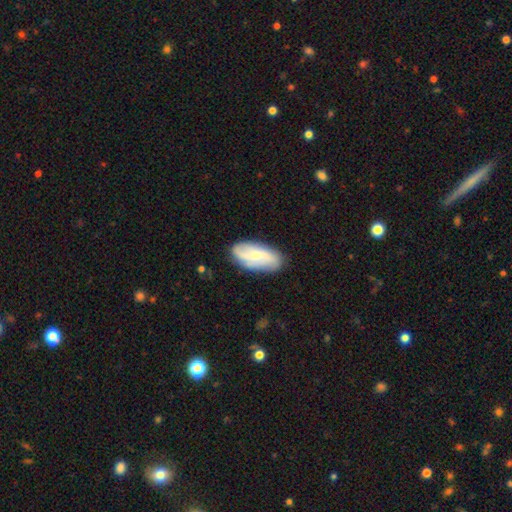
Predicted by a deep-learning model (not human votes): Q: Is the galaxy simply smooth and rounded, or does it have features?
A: featured or disk — 58%.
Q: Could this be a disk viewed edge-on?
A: no — 93%.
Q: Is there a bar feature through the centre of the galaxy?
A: weak — 43%.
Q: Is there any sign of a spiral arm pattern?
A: yes — 89%.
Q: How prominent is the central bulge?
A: small — 57%.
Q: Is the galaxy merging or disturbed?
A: none — 81%.